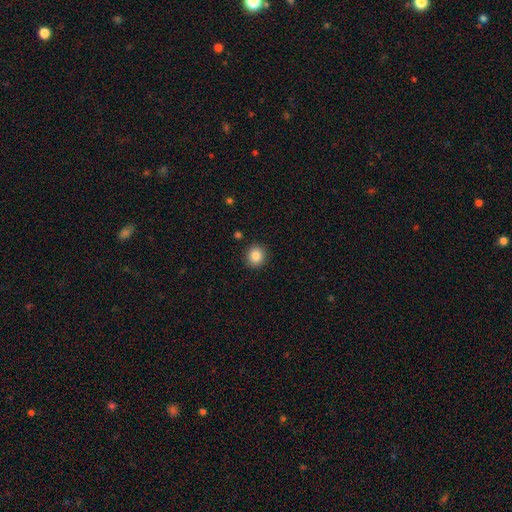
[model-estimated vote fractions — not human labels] Smooth or featured? smooth (85%)
How rounded? round (91%)
Merging? none (91%)